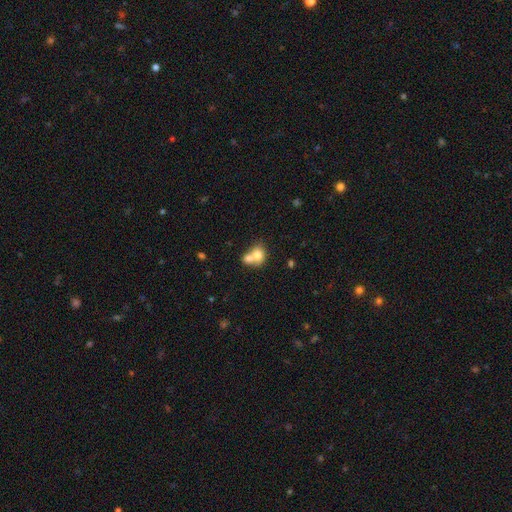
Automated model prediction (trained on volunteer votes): Morphology: type=smooth (74%); roundness=round (56%); merging=merger (67%).